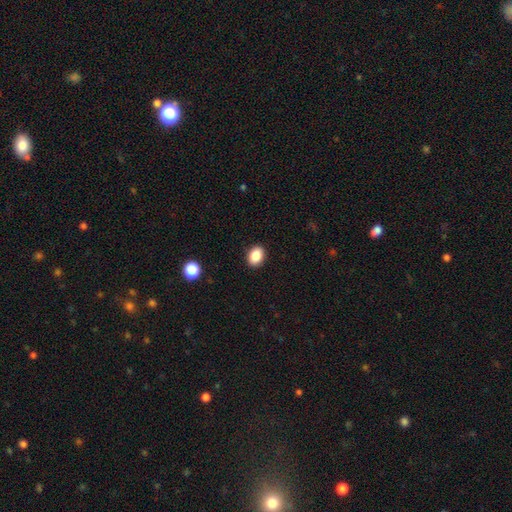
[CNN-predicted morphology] Smooth or featured: smooth — 87% (star or artifact — 9%)
How rounded: in between — 74% (round — 25%)
Merging: none — 90% (minor disturbance — 7%)